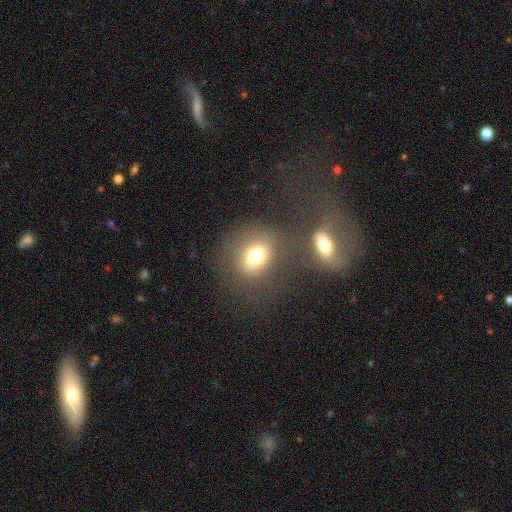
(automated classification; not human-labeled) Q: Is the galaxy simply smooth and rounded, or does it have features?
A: smooth — 74%.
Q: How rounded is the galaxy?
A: in between — 51%.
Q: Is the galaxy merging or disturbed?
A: none — 59%.